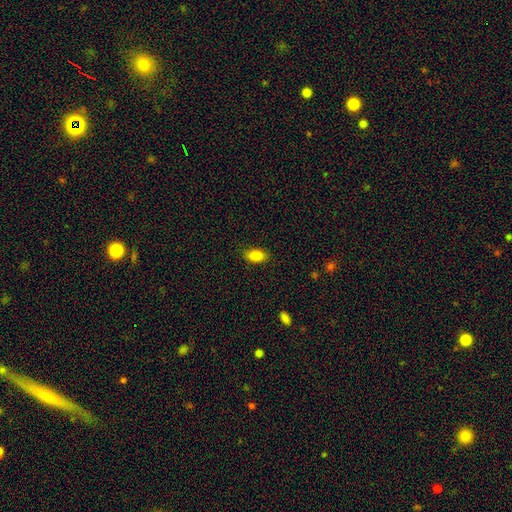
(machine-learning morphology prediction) type=smooth (85%); roundness=in between (90%); merging=none (86%).